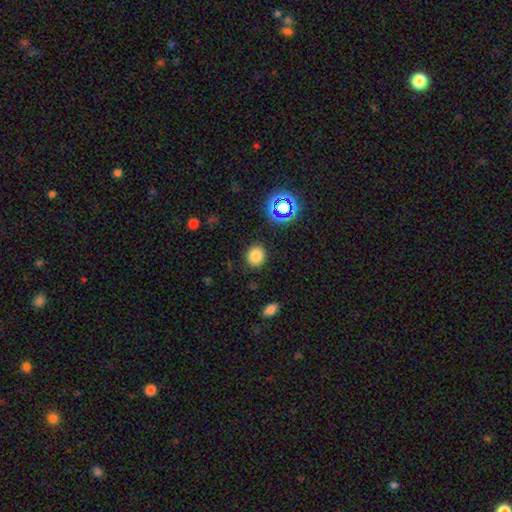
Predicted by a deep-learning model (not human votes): The model was most divided on "how rounded": round: 76%, in between: 23%, cigar-shaped: 1%. More confident: merging — none (87%); smooth or featured — smooth (81%).